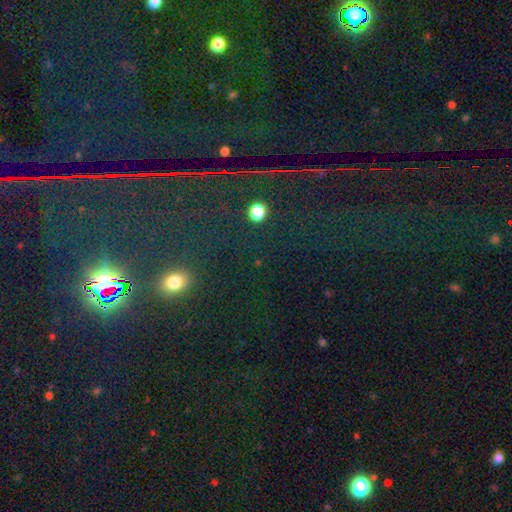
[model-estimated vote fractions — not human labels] smooth_or_featured: star or artifact (p=0.79) [alt: smooth p=0.14]